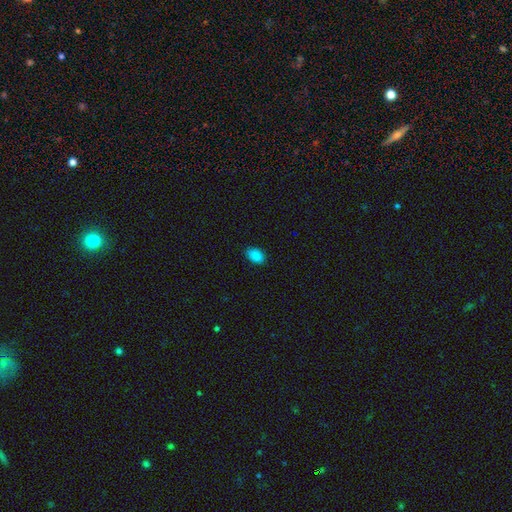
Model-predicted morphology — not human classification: Smooth or featured?
  - smooth: 87% *
  - star or artifact: 11%
  - featured or disk: 3%
How rounded?
  - in between: 86% *
  - round: 13%
  - cigar-shaped: 1%
Merging?
  - none: 87% *
  - minor disturbance: 10%
  - major disturbance: 2%
  - merger: 1%